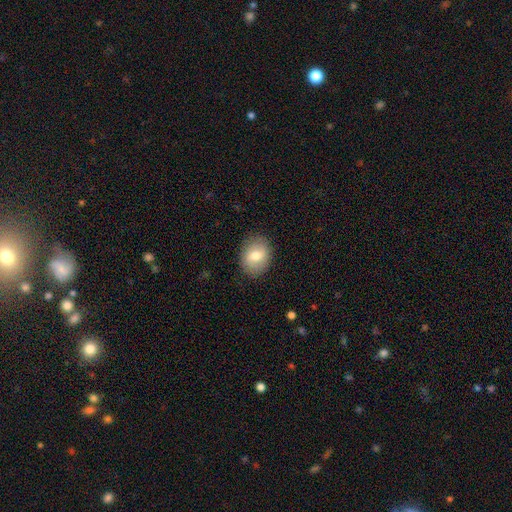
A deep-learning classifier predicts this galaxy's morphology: Smooth or featured?
  - smooth: 70% *
  - featured or disk: 22%
  - star or artifact: 8%
How rounded?
  - in between: 58% *
  - round: 41%
  - cigar-shaped: 1%
Merging?
  - none: 86% *
  - minor disturbance: 10%
  - major disturbance: 3%
  - merger: 1%